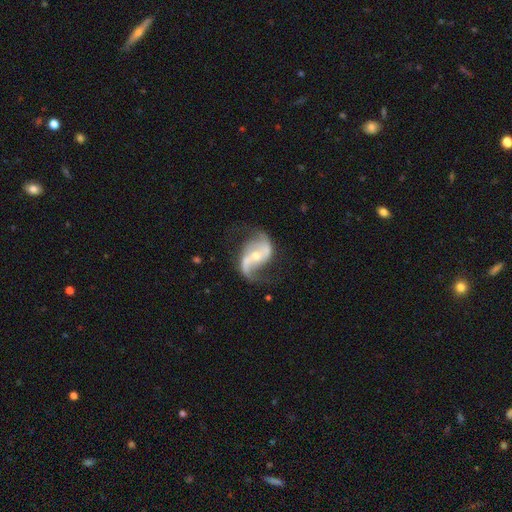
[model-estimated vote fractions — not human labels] A featured or disk galaxy (90%) with no bar (37%), 2 (92%) loose (67%) spiral arms (97%) and a small central bulge (48%). Merging: none (72%).